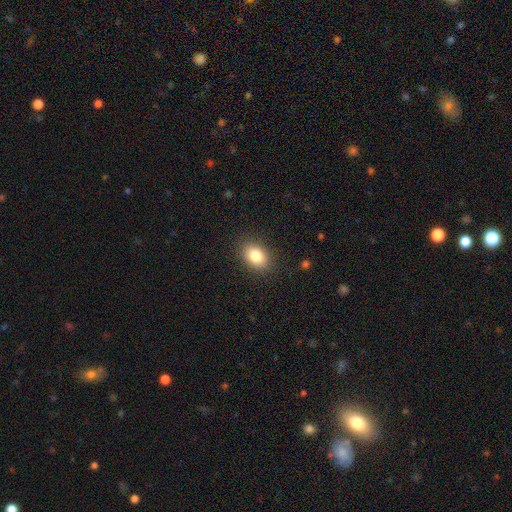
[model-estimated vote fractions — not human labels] Smooth or featured? smooth (85%)
How rounded? in between (80%)
Merging? none (88%)